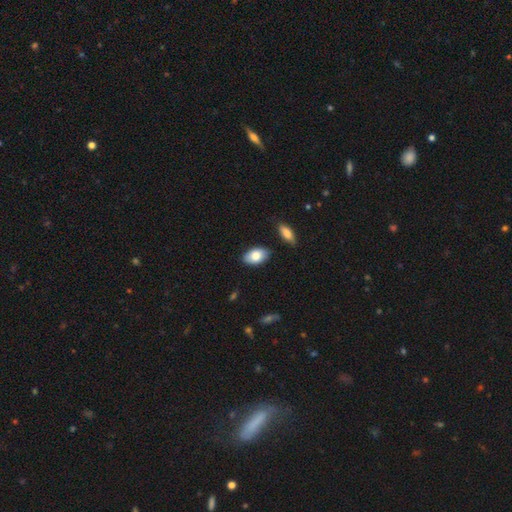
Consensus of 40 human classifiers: Overall: smooth (75%). How rounded: in between (97%). Merging: none (92%).